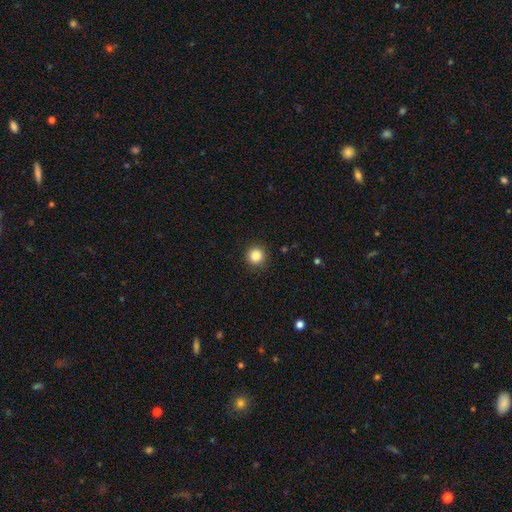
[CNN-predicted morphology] Smooth or featured: smooth — 86% (star or artifact — 10%)
How rounded: round — 95% (in between — 4%)
Merging: none — 91% (minor disturbance — 6%)